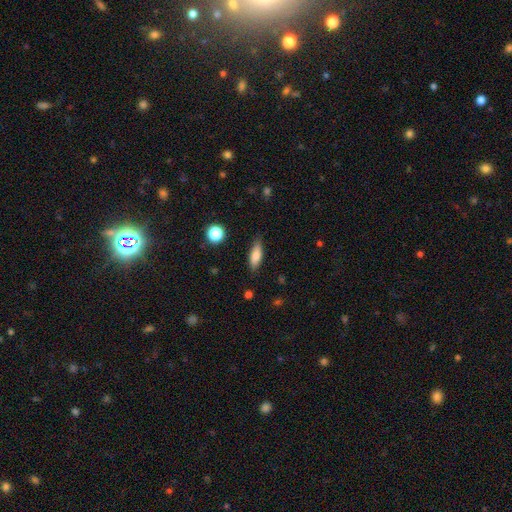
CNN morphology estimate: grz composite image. It shows a smooth galaxy with no disk features (80%) that is in between round and cigar-shaped (58%). Merging: none (83%).